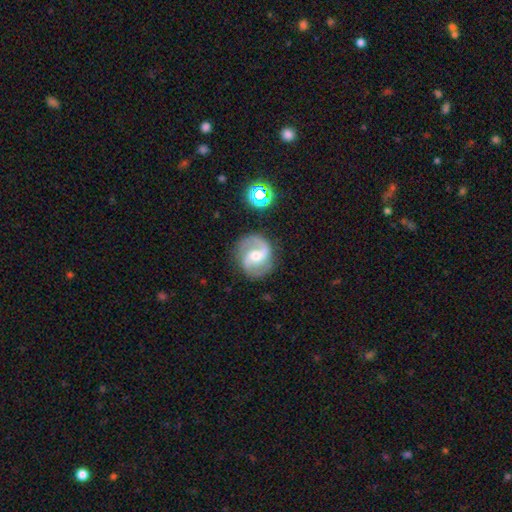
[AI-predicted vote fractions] featured or disk 86%, smooth 8%, star or artifact 5%. Down the decision tree: edge-on disk — no (98%); bar — weak (50%); spiral arms — yes (97%); spiral arm count — 2 (91%); spiral winding — medium (54%); bulge size — moderate (54%); merging — none (81%).